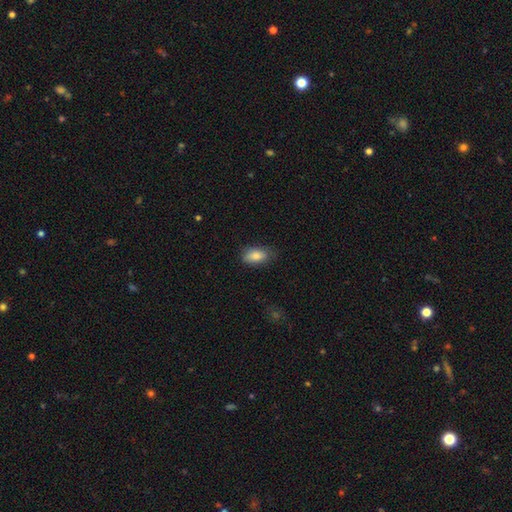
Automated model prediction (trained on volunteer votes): smooth-or-featured: smooth: 84% | featured or disk: 9% | star or artifact: 7%
  how-rounded: in between: 90% | round: 6% | cigar-shaped: 4%
  merging: none: 75% | minor disturbance: 20% | major disturbance: 4% | merger: 1%